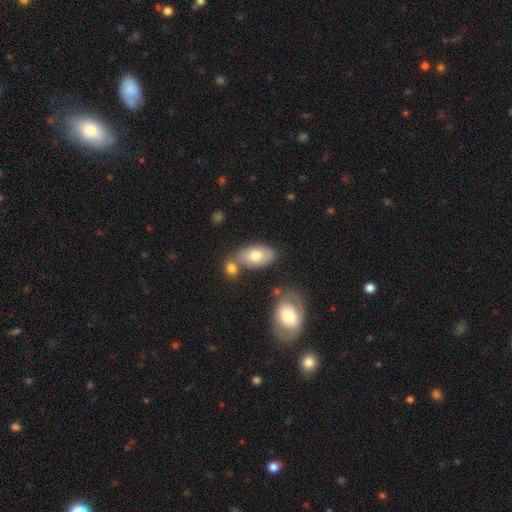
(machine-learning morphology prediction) smooth 72%, featured or disk 22%, star or artifact 7%. Down the decision tree: how rounded — in between (93%); merging — none (58%).